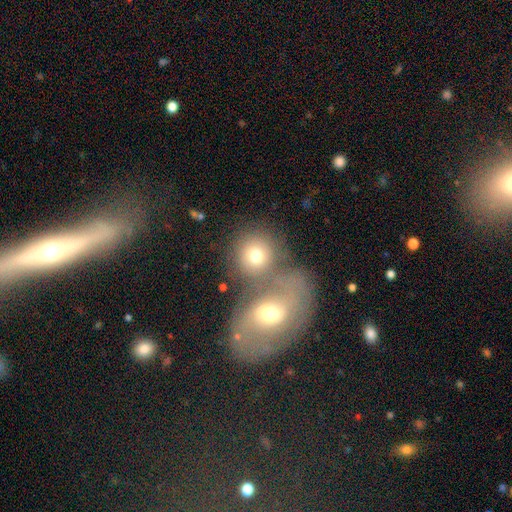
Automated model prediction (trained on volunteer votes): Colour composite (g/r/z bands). It shows a smooth galaxy with no disk features (71%) that is round (79%). Merging: merger (44%).